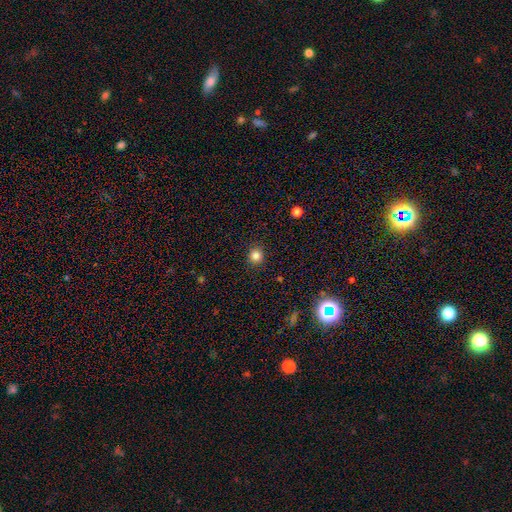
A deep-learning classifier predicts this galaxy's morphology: Smooth or featured? smooth (83%)
How rounded? round (89%)
Merging? none (91%)